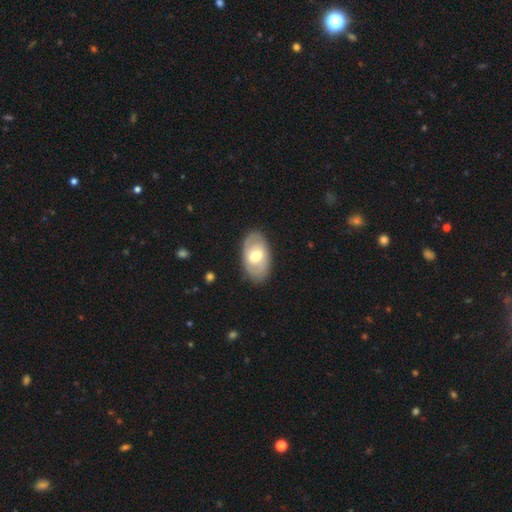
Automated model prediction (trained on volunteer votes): Q: Smooth or featured?
A: smooth (48%); runner-up: featured or disk (46%)
Q: Merging?
A: none (83%); runner-up: minor disturbance (12%)